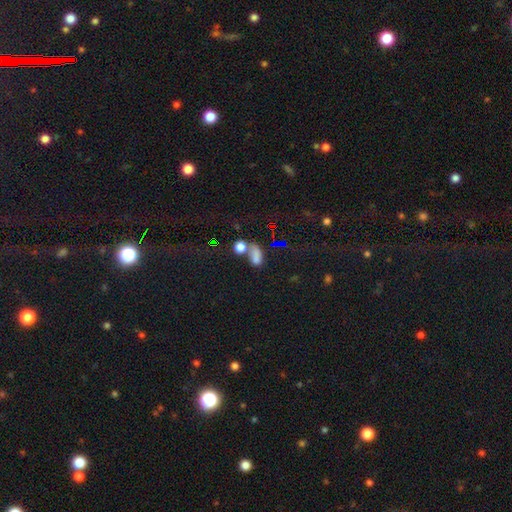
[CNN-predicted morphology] A smooth galaxy with no disk features (67%) that is in between round and cigar-shaped (68%).

Vote fractions:
- Smooth or featured? smooth: 67% / star or artifact: 22% / featured or disk: 11%
- How rounded? in between: 68% / round: 25% / cigar-shaped: 7%
- Merging? merger: 41% / none: 35% / minor disturbance: 13% / major disturbance: 12%